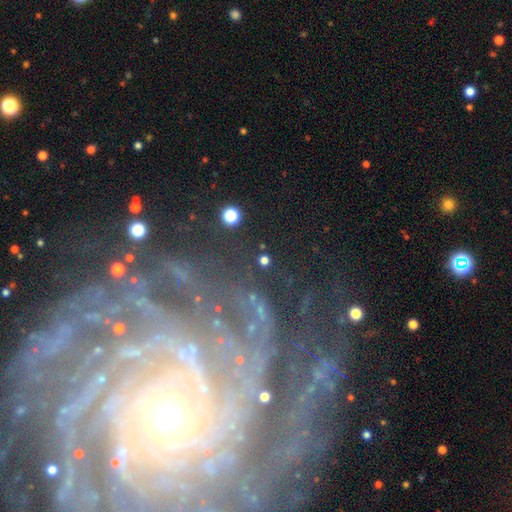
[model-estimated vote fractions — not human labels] A featured or disk galaxy (88%) with no bar (64%), more than 4 (35%) tight (77%) spiral arms (96%) and a small central bulge (49%).

Vote fractions:
- Smooth or featured? featured or disk: 88% / star or artifact: 8% / smooth: 4%
- Edge-on disk? no: 97% / yes: 3%
- Bar? no: 64% / weak: 22% / strong: 14%
- Spiral arms? yes: 96% / no: 4%
- Spiral winding? tight: 77% / medium: 19% / loose: 5%
- Spiral arm count? more than 4: 35% / can't tell: 21% / 4: 14% / 3: 11% / 2: 10% / 1: 9%
- Bulge size? small: 49% / moderate: 44% / large: 5% / none: 2% / dominant: 1%
- Merging? none: 74% / minor disturbance: 13% / major disturbance: 10% / merger: 2%